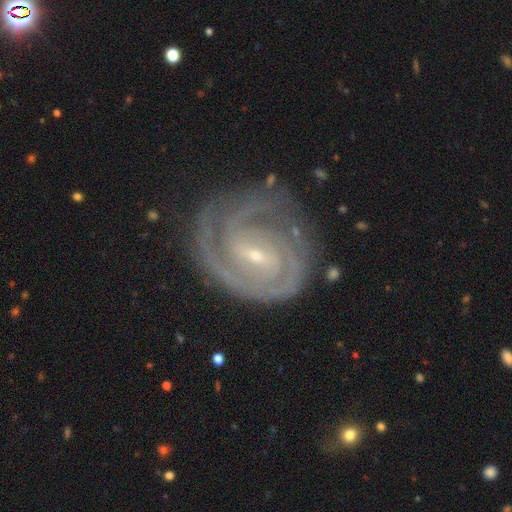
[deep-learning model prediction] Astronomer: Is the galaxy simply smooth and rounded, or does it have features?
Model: featured or disk — 89%.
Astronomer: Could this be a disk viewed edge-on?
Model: no — 97%.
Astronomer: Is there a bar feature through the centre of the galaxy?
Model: weak — 46% (runner-up: strong, 32%).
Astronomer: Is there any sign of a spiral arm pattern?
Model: yes — 97%.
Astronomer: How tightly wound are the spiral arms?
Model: tight — 72%.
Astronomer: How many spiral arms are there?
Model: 2 — 42% (runner-up: 3, 20%).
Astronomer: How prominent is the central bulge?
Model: small — 81%.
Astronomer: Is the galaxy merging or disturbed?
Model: none — 72%.